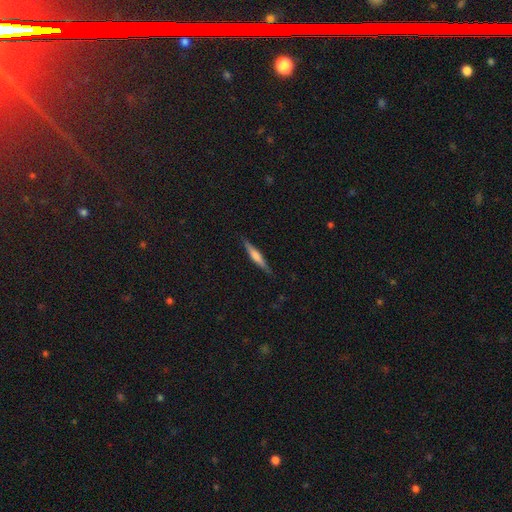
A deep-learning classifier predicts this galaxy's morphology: smooth_or_featured: featured or disk (p=0.54) [alt: smooth p=0.40]
disk_edge_on: yes (p=0.97) [alt: no p=0.03]
edge_on_bulge: rounded (p=0.57) [alt: boxy p=0.25]
merging: none (p=0.88) [alt: minor disturbance p=0.09]